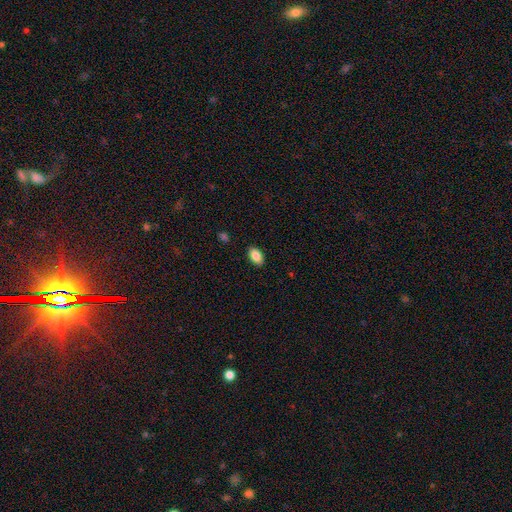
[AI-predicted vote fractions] Overall: smooth (87%). How rounded: in between (92%). Merging: none (89%).